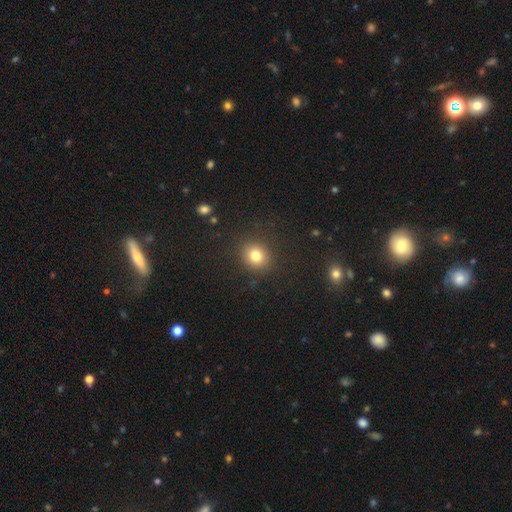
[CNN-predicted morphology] smooth-or-featured: smooth: 79% | star or artifact: 14% | featured or disk: 7%
  how-rounded: round: 81% | in between: 18% | cigar-shaped: 1%
  merging: none: 87% | minor disturbance: 8% | major disturbance: 3% | merger: 1%